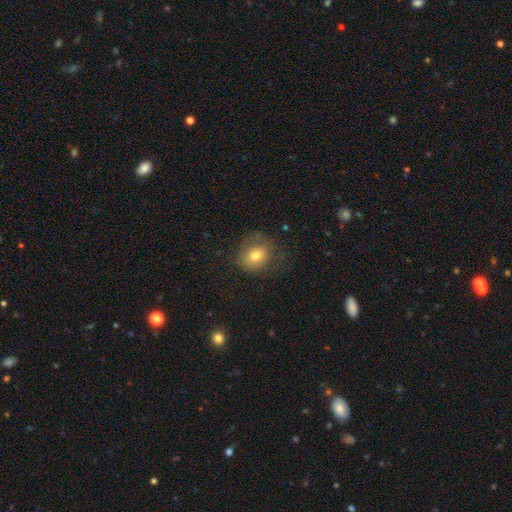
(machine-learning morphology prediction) Smooth or featured?
  - smooth: 76% *
  - featured or disk: 14%
  - star or artifact: 11%
How rounded?
  - round: 64% *
  - in between: 35%
  - cigar-shaped: 1%
Merging?
  - none: 64% *
  - minor disturbance: 21%
  - major disturbance: 13%
  - merger: 1%